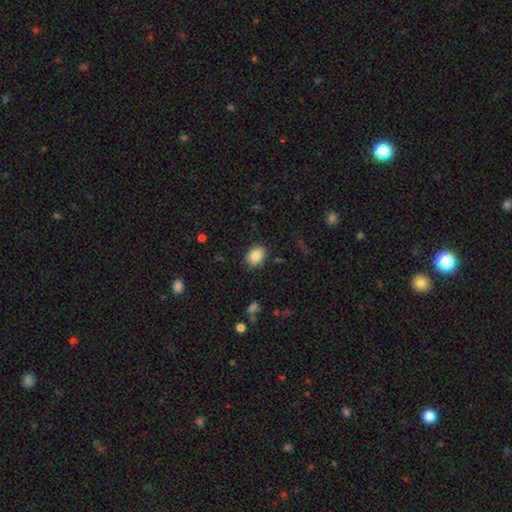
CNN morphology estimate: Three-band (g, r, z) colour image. It shows a smooth galaxy with no disk features (86%) that is in between round and cigar-shaped (62%). Merging: none (87%).